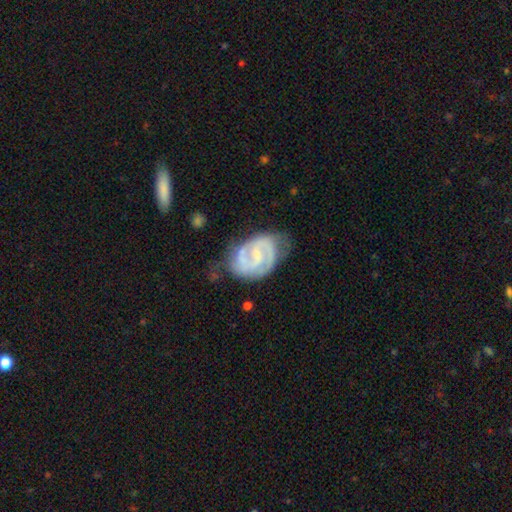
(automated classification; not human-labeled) This is clearly a featured or disk galaxy (87%). It is clearly not viewed edge-on (98%). Bar: possibly weak (50%). Spiral arm pattern: clearly yes (97%). Spiral arm count: clearly 2 (81%). Spiral winding: possibly tight (48%). Central bulge: possibly small (53%). Merging: likely none (61%).